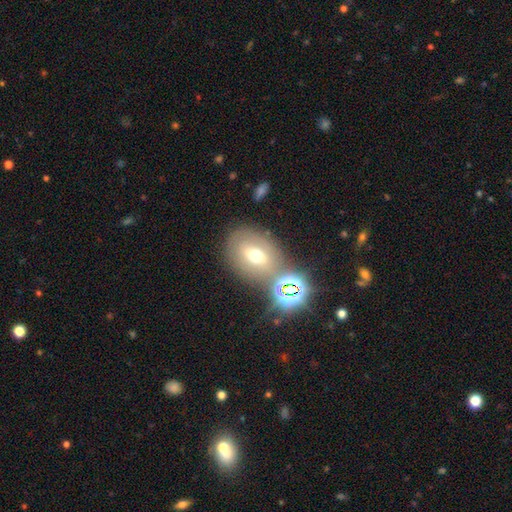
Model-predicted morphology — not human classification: Smooth or featured? smooth (51%)
How rounded? in between (64%)
Merging? none (60%)